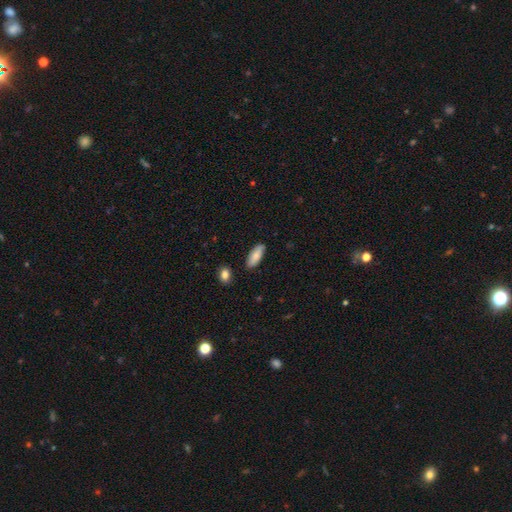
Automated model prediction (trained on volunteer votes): Q: Smooth or featured?
A: smooth (82%); runner-up: featured or disk (11%)
Q: How rounded?
A: in between (80%); runner-up: cigar-shaped (18%)
Q: Merging?
A: none (84%); runner-up: minor disturbance (12%)